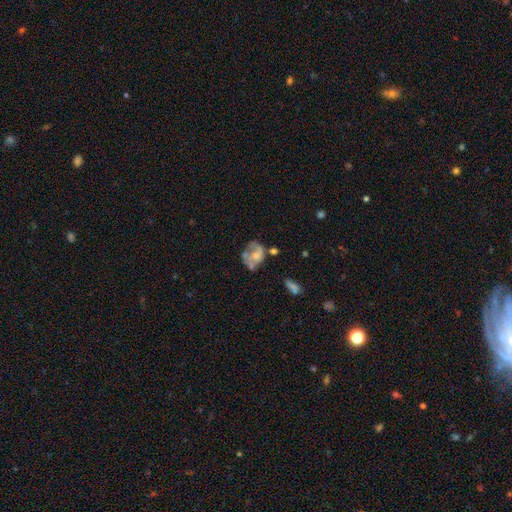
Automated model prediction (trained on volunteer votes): This is possibly a featured or disk galaxy (56%). It is clearly not viewed edge-on (97%). Bar: clearly no (82%). Spiral arm pattern: likely no (64%). Central bulge: marginally moderate (37%). Merging: marginally none (37%).